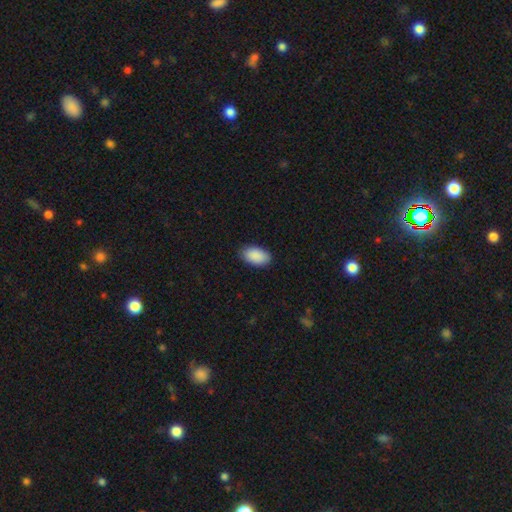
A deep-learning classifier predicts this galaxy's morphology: smooth 91%, star or artifact 6%, featured or disk 3%. Down the decision tree: how rounded — in between (95%); merging — none (87%).